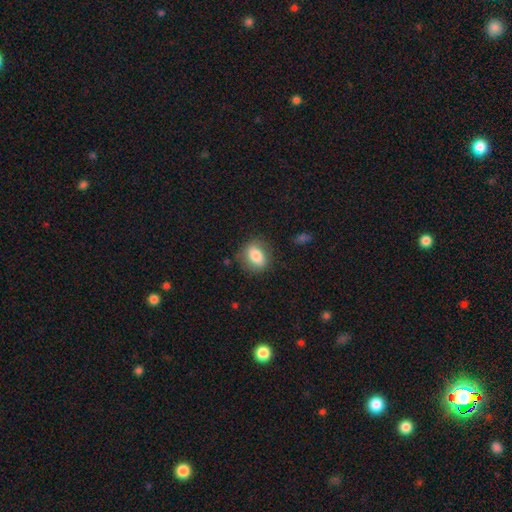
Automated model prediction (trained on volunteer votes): Q: Smooth or featured?
A: smooth (76%); runner-up: featured or disk (16%)
Q: How rounded?
A: in between (66%); runner-up: round (32%)
Q: Merging?
A: none (77%); runner-up: minor disturbance (16%)